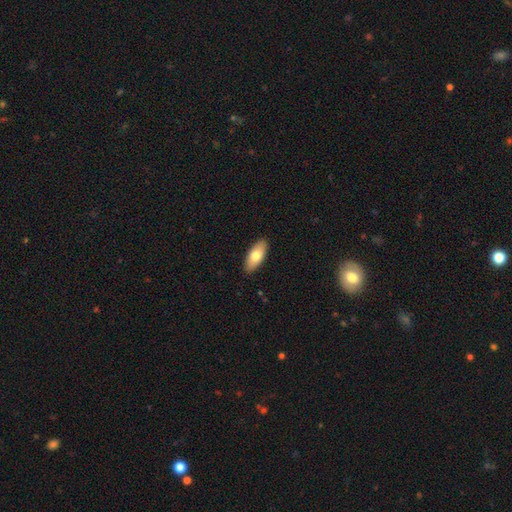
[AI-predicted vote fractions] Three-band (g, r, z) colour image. It shows a smooth galaxy with no disk features (74%) that is in between round and cigar-shaped (88%). Merging: none (89%).